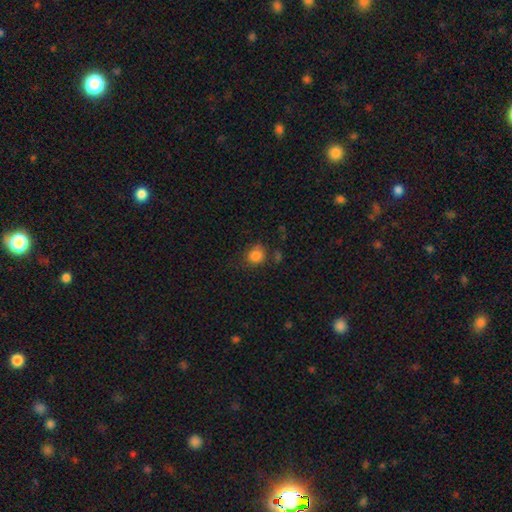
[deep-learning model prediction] smooth-or-featured: smooth: 84% | star or artifact: 11% | featured or disk: 5%
  how-rounded: round: 75% | in between: 24% | cigar-shaped: 1%
  merging: none: 68% | minor disturbance: 19% | major disturbance: 7% | merger: 6%